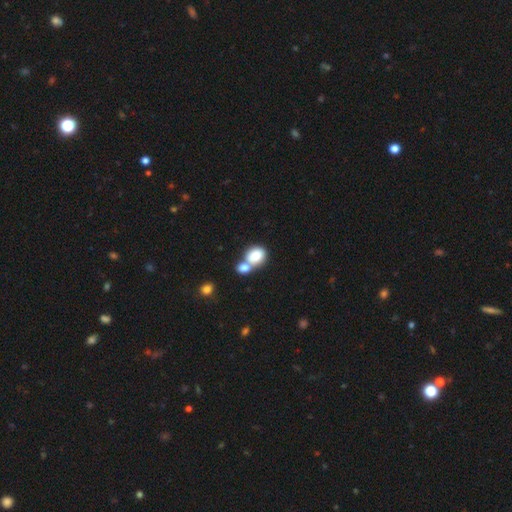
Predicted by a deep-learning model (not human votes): The model was most divided on "how rounded": round: 53%, in between: 46%, cigar-shaped: 1%. More confident: smooth or featured — smooth (80%); merging — merger (59%).